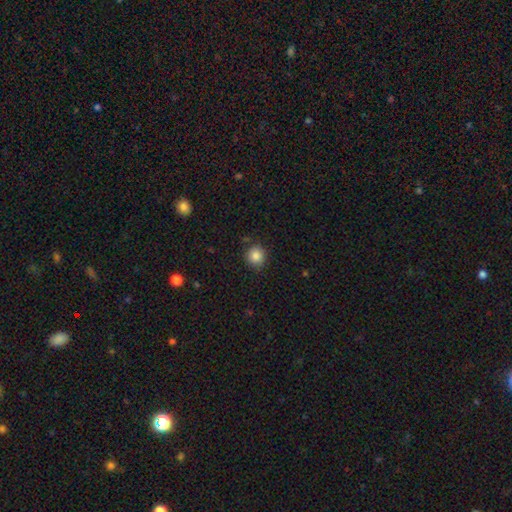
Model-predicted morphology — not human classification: smooth 86%, star or artifact 10%, featured or disk 4%. Down the decision tree: how rounded — round (91%); merging — none (86%).